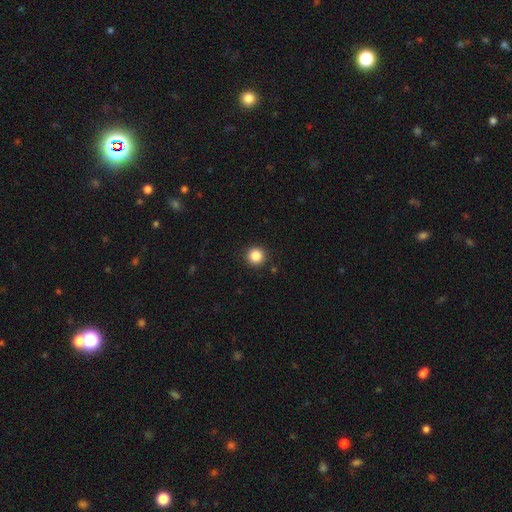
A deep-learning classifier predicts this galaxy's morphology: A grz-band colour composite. It shows a smooth galaxy with no disk features (86%) that is round (95%). Merging: none (92%).